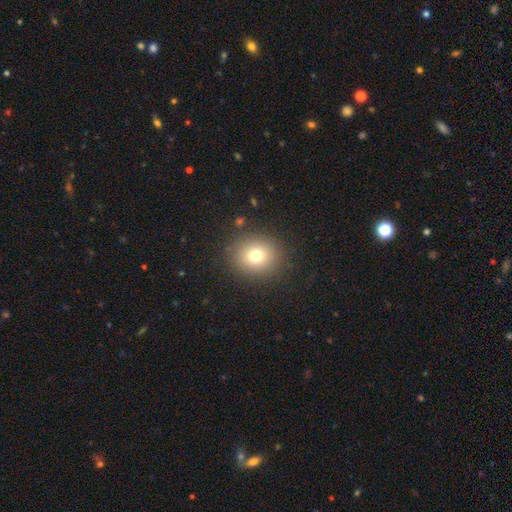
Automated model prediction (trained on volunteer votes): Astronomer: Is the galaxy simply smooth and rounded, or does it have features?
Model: smooth — 76%.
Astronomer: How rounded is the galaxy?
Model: round — 79%.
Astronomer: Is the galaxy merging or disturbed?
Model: none — 88%.